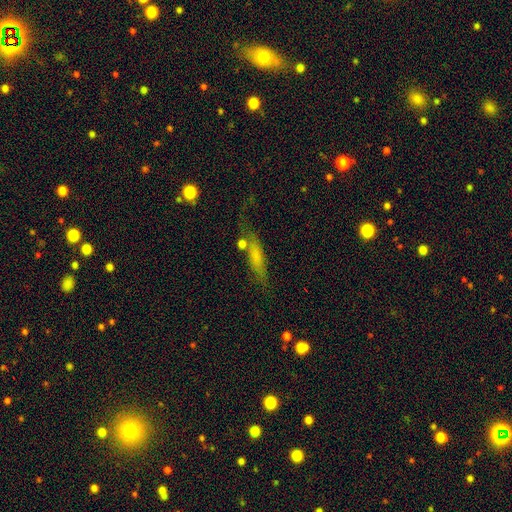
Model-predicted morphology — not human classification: Overall: smooth (61%; featured or disk 28%). How rounded: cigar-shaped (71%). Merging: none (58%; minor disturbance 21%).